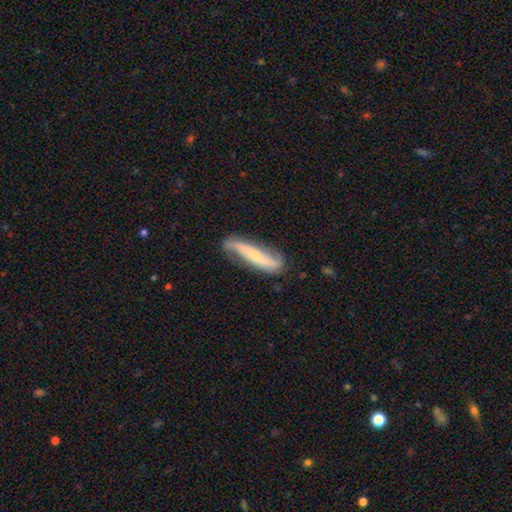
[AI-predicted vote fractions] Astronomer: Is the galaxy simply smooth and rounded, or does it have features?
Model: featured or disk — 60%.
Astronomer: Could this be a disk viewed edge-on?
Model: no — 67%.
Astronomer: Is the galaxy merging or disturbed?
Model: none — 65%.